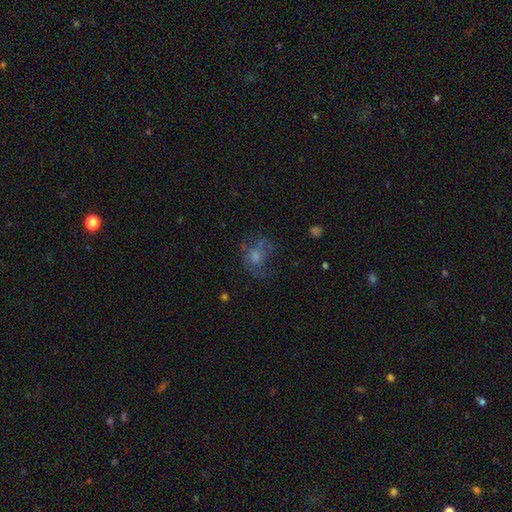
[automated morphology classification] Q: Smooth or featured?
A: featured or disk (42%); runner-up: smooth (36%)
Q: Merging?
A: none (47%); runner-up: major disturbance (31%)